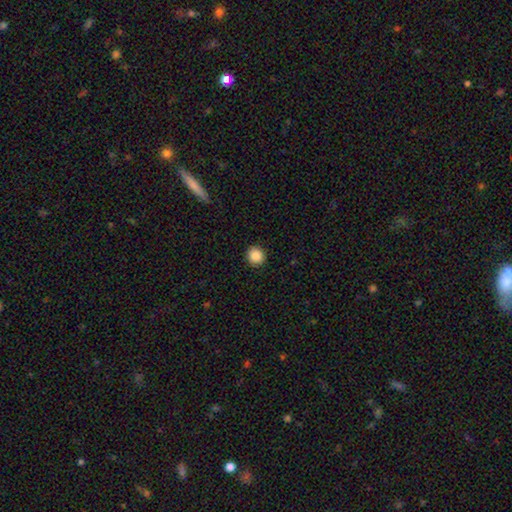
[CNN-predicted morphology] smooth_or_featured: smooth (p=0.89) [alt: star or artifact p=0.09]
how_rounded: round (p=0.90) [alt: in between p=0.09]
merging: none (p=0.91) [alt: minor disturbance p=0.06]